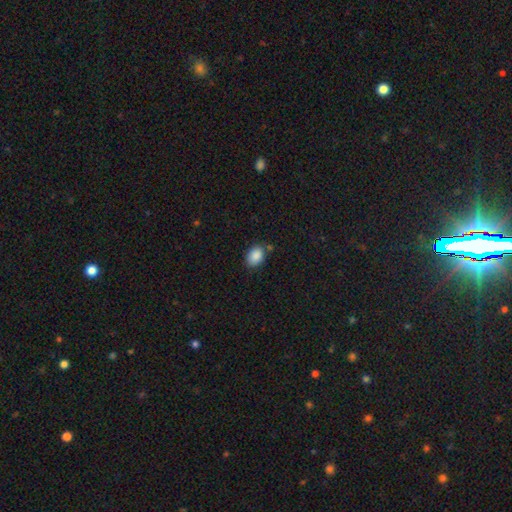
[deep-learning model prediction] Overall: smooth (88%). How rounded: in between (75%). Merging: none (75%).